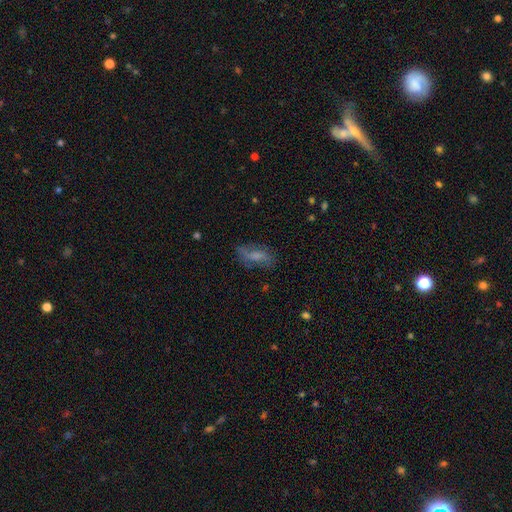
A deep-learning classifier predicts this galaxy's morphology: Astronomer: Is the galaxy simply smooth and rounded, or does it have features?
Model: smooth — 52% (runner-up: featured or disk, 38%).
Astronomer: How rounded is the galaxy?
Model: in between — 77%.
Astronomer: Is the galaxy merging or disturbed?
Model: none — 65%.